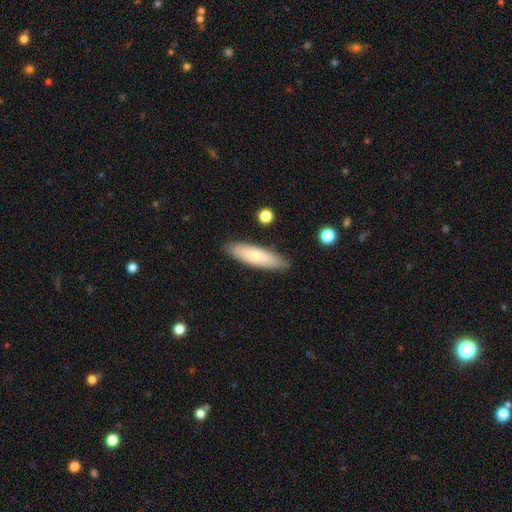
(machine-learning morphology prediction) type=smooth (72%); roundness=cigar-shaped (56%); merging=none (84%).